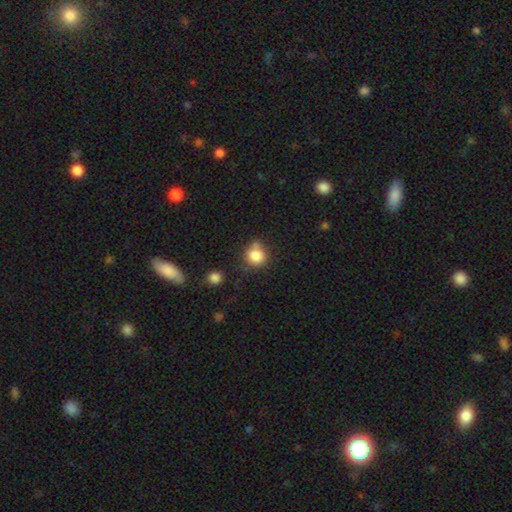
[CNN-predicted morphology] Q: Smooth or featured?
A: smooth (83%); runner-up: star or artifact (11%)
Q: How rounded?
A: round (85%); runner-up: in between (14%)
Q: Merging?
A: none (59%); runner-up: minor disturbance (22%)